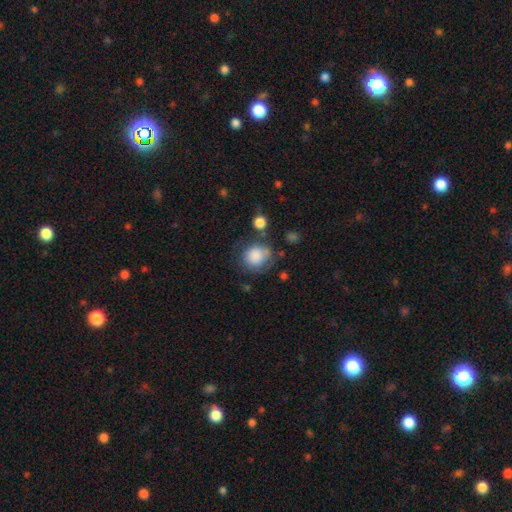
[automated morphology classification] Smooth or featured? smooth (83%)
How rounded? round (79%)
Merging? none (61%)